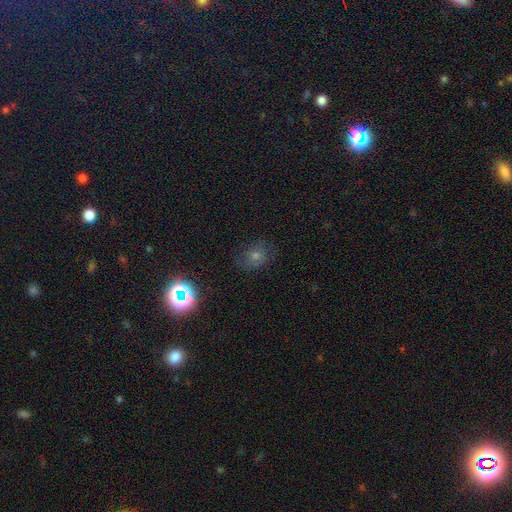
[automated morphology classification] Smooth or featured: smooth — 44% (star or artifact — 33%)
Merging: none — 77% (minor disturbance — 16%)